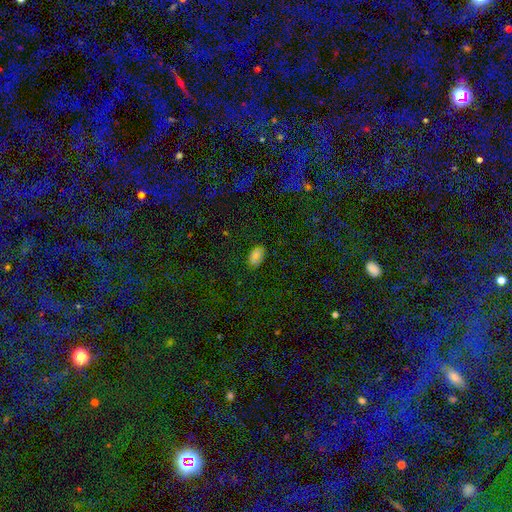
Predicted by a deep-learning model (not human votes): Smooth or featured?
  - smooth: 81% *
  - featured or disk: 10%
  - star or artifact: 9%
How rounded?
  - in between: 92% *
  - round: 7%
  - cigar-shaped: 2%
Merging?
  - none: 75% *
  - minor disturbance: 20%
  - major disturbance: 4%
  - merger: 1%